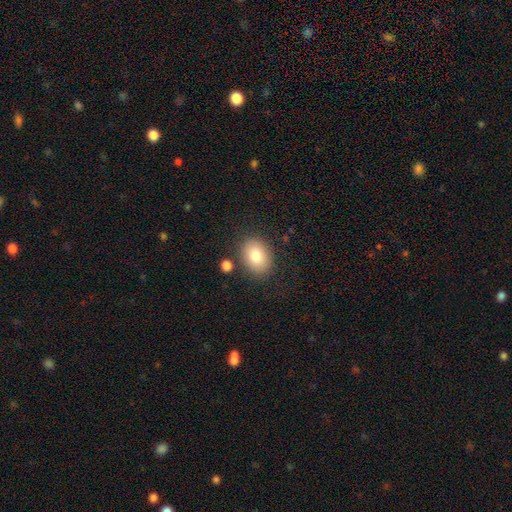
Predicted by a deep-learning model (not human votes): Q: Smooth or featured?
A: smooth (81%); runner-up: featured or disk (11%)
Q: How rounded?
A: in between (70%); runner-up: round (29%)
Q: Merging?
A: none (82%); runner-up: minor disturbance (11%)